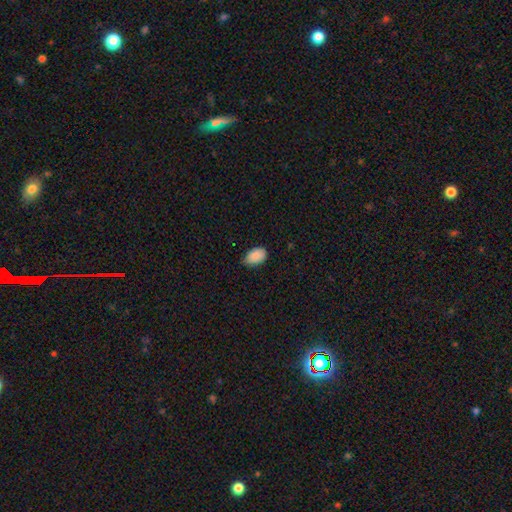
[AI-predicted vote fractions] The model was most divided on "merging": none: 67%, minor disturbance: 29%, major disturbance: 3%, merger: 1%. More confident: how rounded — in between (91%); smooth or featured — smooth (90%).